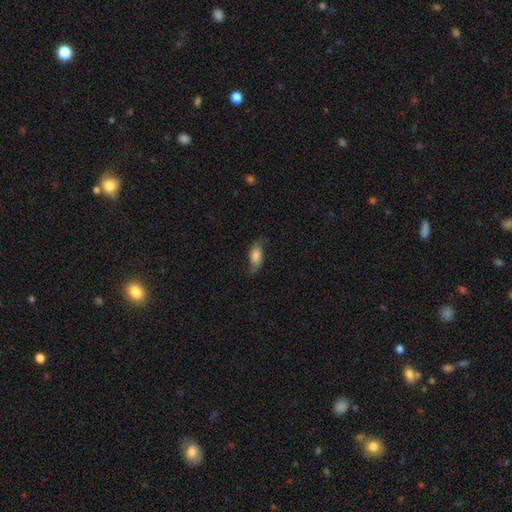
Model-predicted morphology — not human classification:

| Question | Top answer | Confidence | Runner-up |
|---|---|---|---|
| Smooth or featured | smooth | 65% | featured or disk (26%) |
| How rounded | in between | 85% | cigar-shaped (10%) |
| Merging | none | 65% | minor disturbance (24%) |